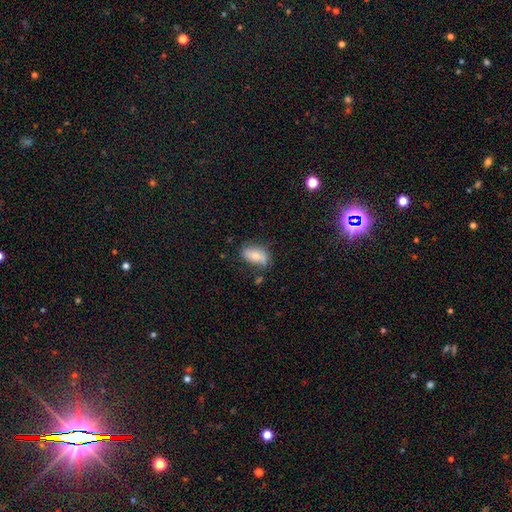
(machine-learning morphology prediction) This is likely a smooth galaxy (61%). How rounded: clearly in between (89%). Merging: likely none (65%).